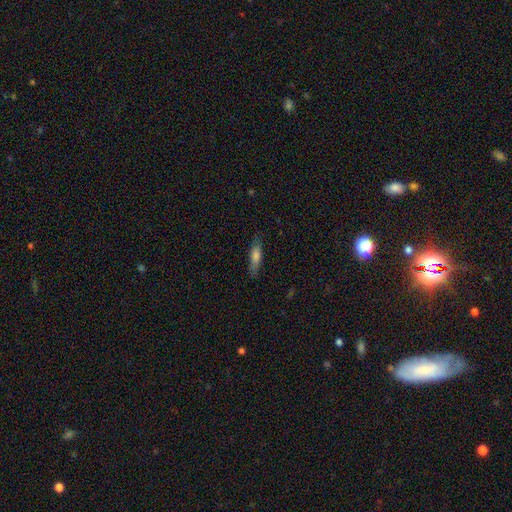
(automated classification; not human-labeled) The model was most divided on "how rounded": cigar-shaped: 65%, in between: 33%, round: 2%. More confident: merging — none (80%); smooth or featured — smooth (72%).